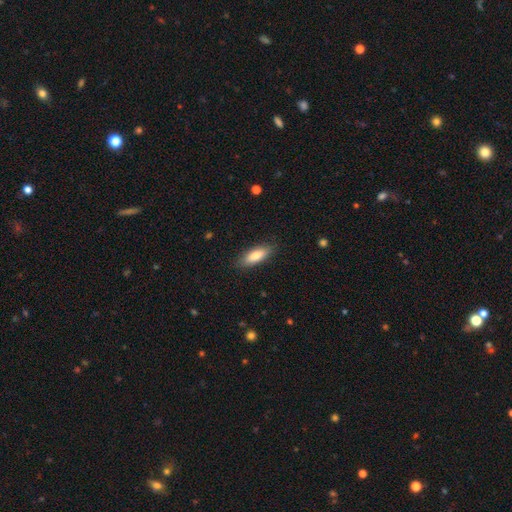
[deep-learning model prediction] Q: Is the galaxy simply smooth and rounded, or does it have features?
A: smooth — 81%.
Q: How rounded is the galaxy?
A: in between — 67%.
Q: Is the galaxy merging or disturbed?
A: none — 86%.